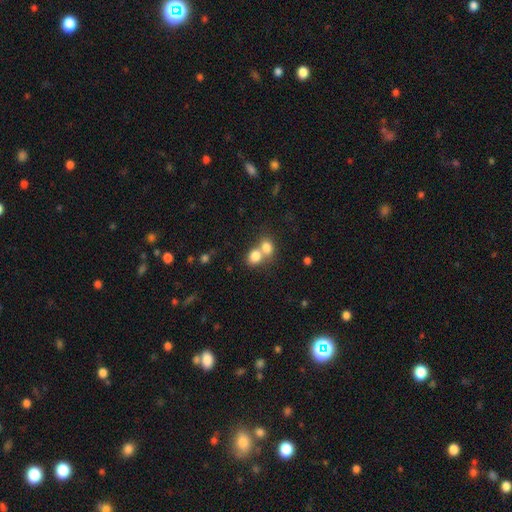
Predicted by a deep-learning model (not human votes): Q: Smooth or featured?
A: smooth (79%); runner-up: featured or disk (11%)
Q: How rounded?
A: round (52%); runner-up: in between (47%)
Q: Merging?
A: merger (62%); runner-up: none (29%)